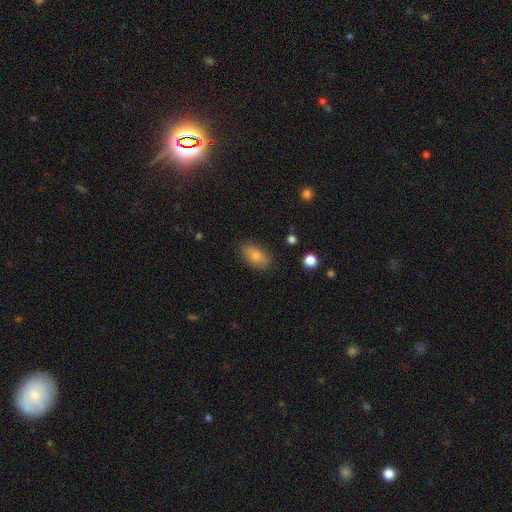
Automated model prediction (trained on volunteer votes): A smooth galaxy with no disk features (80%) that is in between round and cigar-shaped (89%). Merging: none (81%).